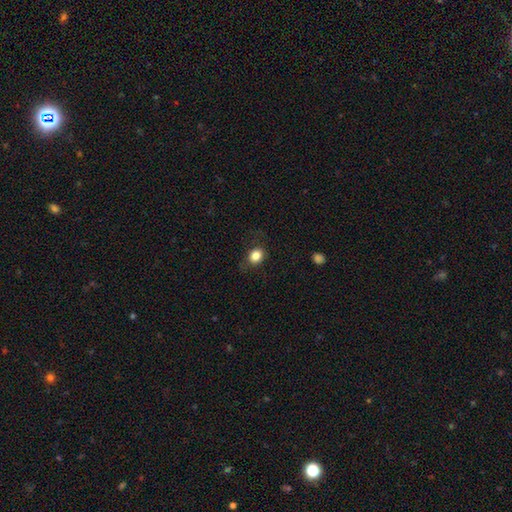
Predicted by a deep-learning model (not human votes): smooth_or_featured: smooth (p=0.83) [alt: star or artifact p=0.10]
how_rounded: round (p=0.61) [alt: in between p=0.38]
merging: none (p=0.80) [alt: minor disturbance p=0.14]